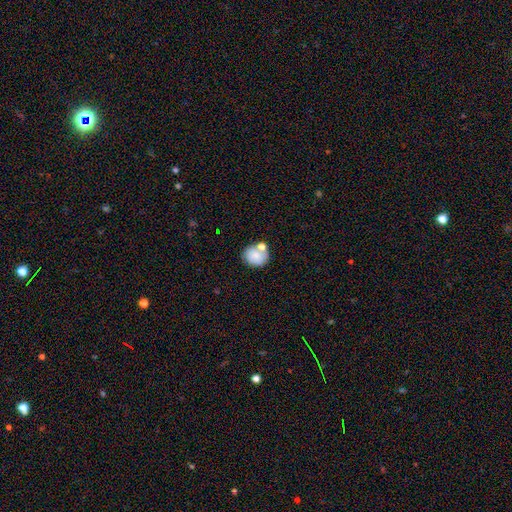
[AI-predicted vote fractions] A smooth galaxy with no disk features (80%) that is round (77%).

Vote fractions:
- Smooth or featured? smooth: 80% / featured or disk: 12% / star or artifact: 8%
- How rounded? round: 77% / in between: 22% / cigar-shaped: 1%
- Merging? none: 57% / merger: 23% / minor disturbance: 14% / major disturbance: 5%